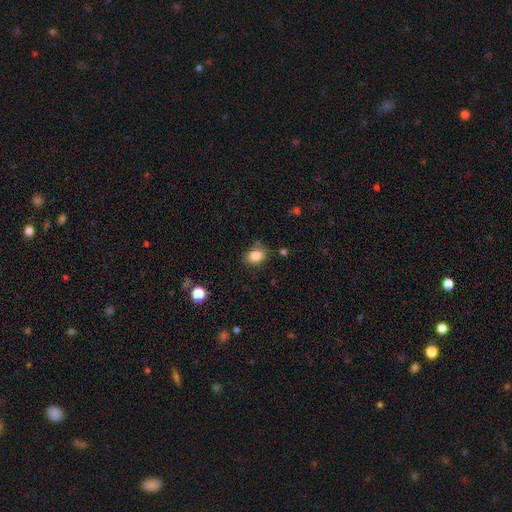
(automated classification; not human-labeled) Overall: smooth (84%). How rounded: in between (72%). Merging: none (82%).